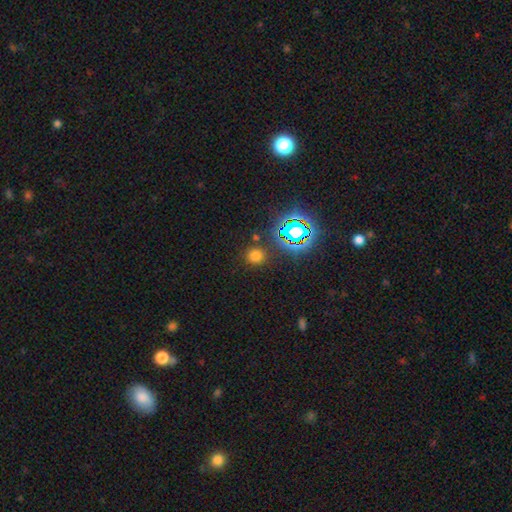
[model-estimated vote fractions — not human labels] Overall: smooth (66%; star or artifact 28%). How rounded: round (89%). Merging: none (84%).